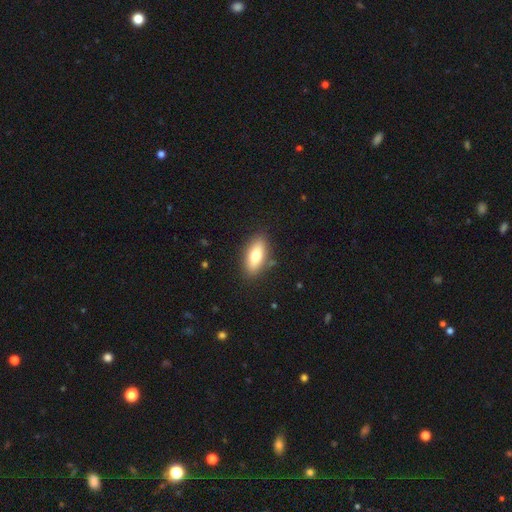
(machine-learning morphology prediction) Smooth or featured: smooth — 74% (featured or disk — 19%)
How rounded: in between — 80% (cigar-shaped — 17%)
Merging: none — 85% (minor disturbance — 10%)